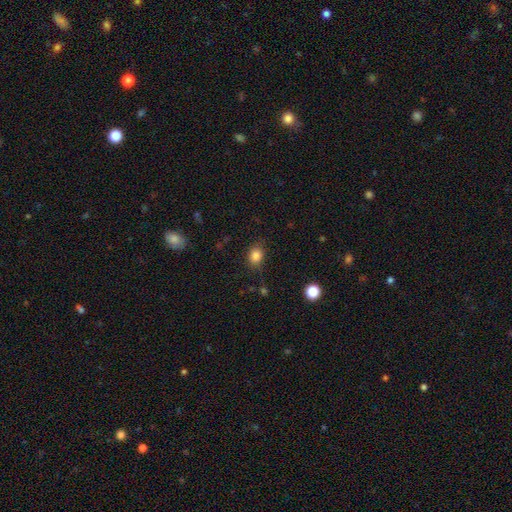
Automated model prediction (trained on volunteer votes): Smooth or featured?
  - smooth: 84% *
  - star or artifact: 11%
  - featured or disk: 5%
How rounded?
  - round: 50% *
  - in between: 49%
  - cigar-shaped: 1%
Merging?
  - none: 80% *
  - minor disturbance: 14%
  - major disturbance: 4%
  - merger: 2%